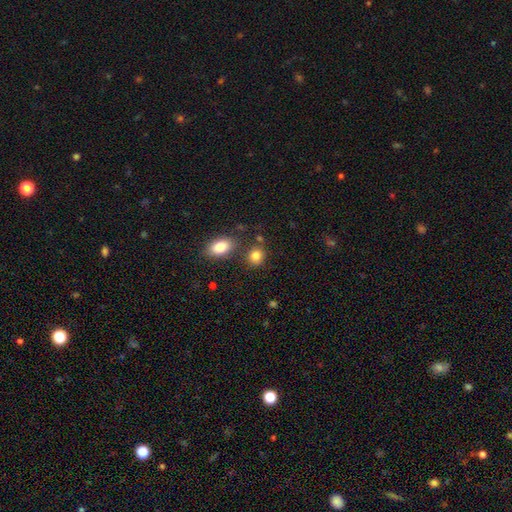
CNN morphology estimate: Smooth or featured?
  - smooth: 84% *
  - star or artifact: 10%
  - featured or disk: 6%
How rounded?
  - round: 63% *
  - in between: 36%
  - cigar-shaped: 1%
Merging?
  - none: 74% *
  - merger: 12%
  - minor disturbance: 11%
  - major disturbance: 4%